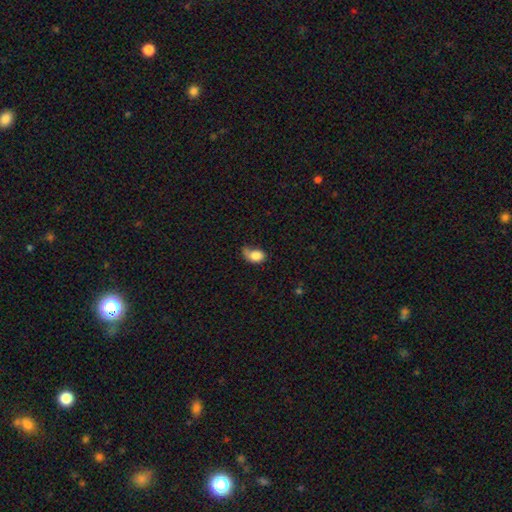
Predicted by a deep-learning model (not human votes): This appears to be a smooth galaxy with no disk features (79%) that is in between round and cigar-shaped (68%). Merging: minor disturbance (34%).